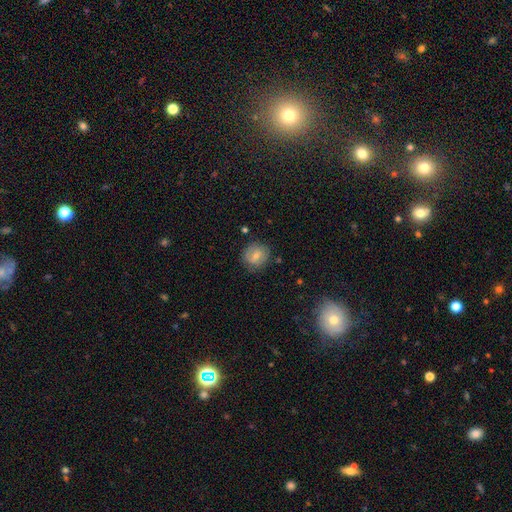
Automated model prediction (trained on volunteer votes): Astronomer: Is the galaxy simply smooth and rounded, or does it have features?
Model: smooth — 68%.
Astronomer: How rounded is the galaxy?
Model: round — 79%.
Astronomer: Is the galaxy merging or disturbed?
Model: none — 77%.